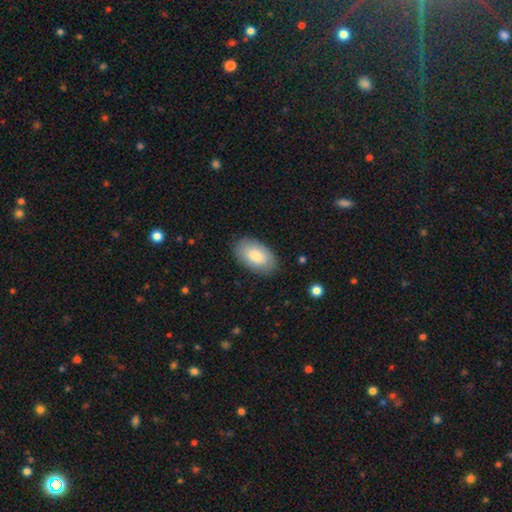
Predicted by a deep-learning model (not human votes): smooth_or_featured: smooth (p=0.81) [alt: featured or disk p=0.14]
how_rounded: in between (p=0.95) [alt: round p=0.04]
merging: none (p=0.85) [alt: minor disturbance p=0.11]